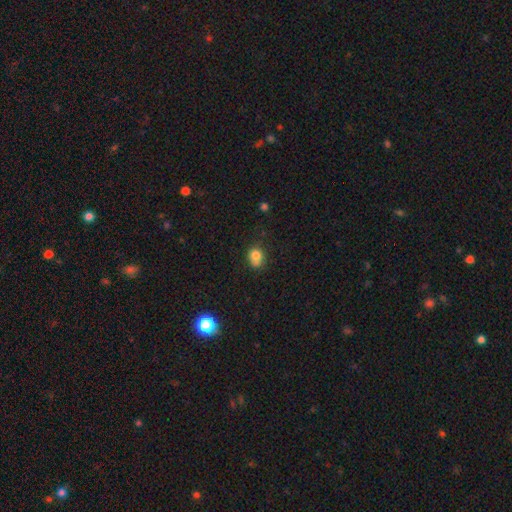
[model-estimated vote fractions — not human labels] This appears to be a smooth galaxy with no disk features (78%) that is round (61%). Merging: none (49%).